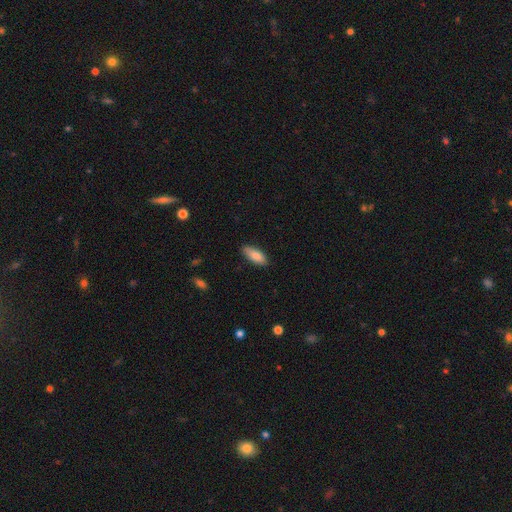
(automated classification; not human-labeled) Smooth or featured: smooth — 86% (featured or disk — 8%)
How rounded: in between — 77% (cigar-shaped — 21%)
Merging: none — 85% (minor disturbance — 12%)